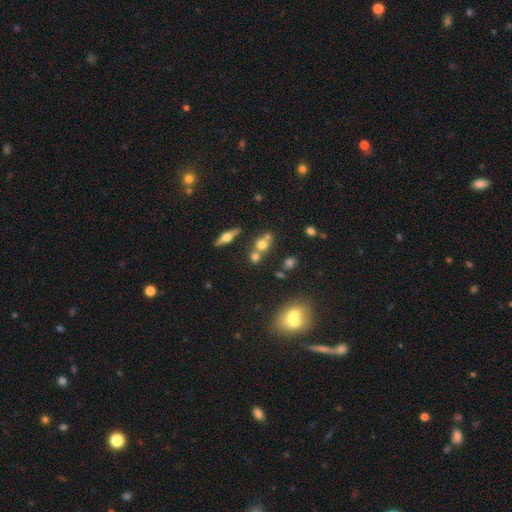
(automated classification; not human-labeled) A smooth galaxy with no disk features (49%).

Vote fractions:
- Smooth or featured? smooth: 49% / featured or disk: 32% / star or artifact: 19%
- Merging? none: 54% / merger: 32% / minor disturbance: 9% / major disturbance: 4%